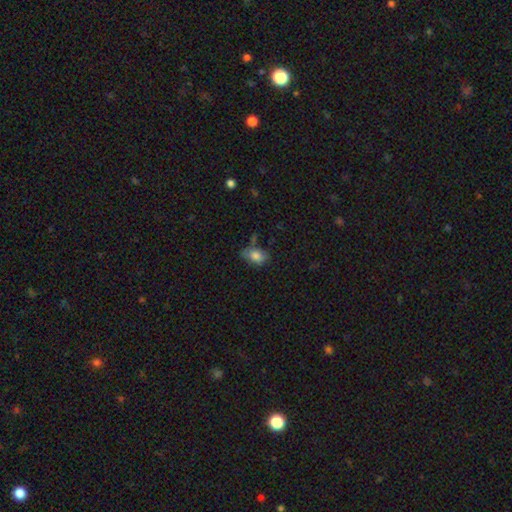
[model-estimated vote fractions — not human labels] This is clearly a smooth galaxy (80%). How rounded: clearly in between (83%). Merging: possibly none (51%).